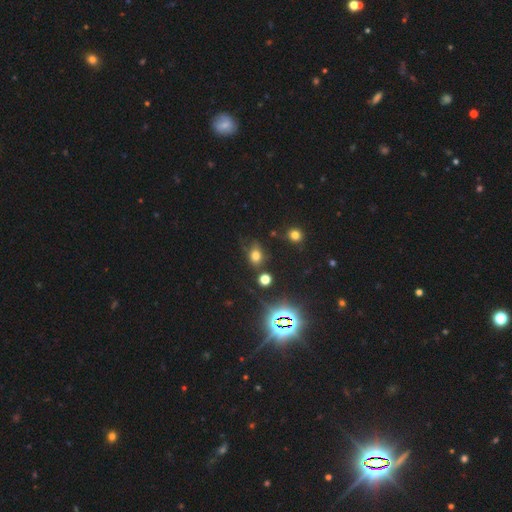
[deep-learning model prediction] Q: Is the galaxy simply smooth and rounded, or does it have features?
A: smooth — 62%.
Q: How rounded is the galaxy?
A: in between — 61%.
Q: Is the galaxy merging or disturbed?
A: none — 64%.